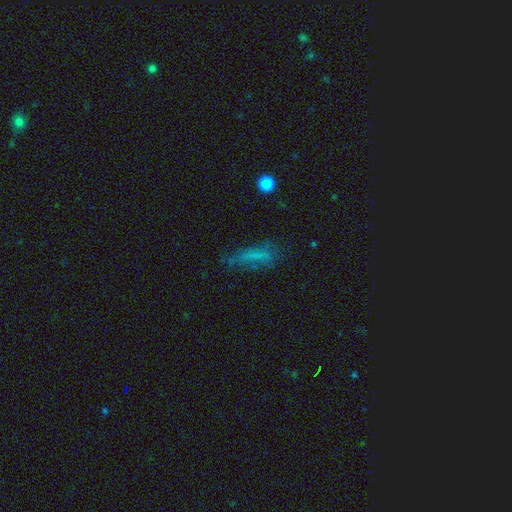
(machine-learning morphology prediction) Q: Smooth or featured?
A: smooth (57%); runner-up: featured or disk (25%)
Q: How rounded?
A: cigar-shaped (59%); runner-up: in between (37%)
Q: Merging?
A: none (50%); runner-up: minor disturbance (26%)